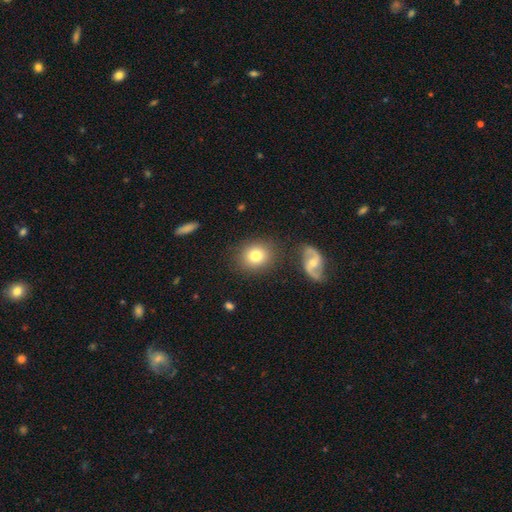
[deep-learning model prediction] Overall: smooth (78%). How rounded: round (78%). Merging: none (82%).